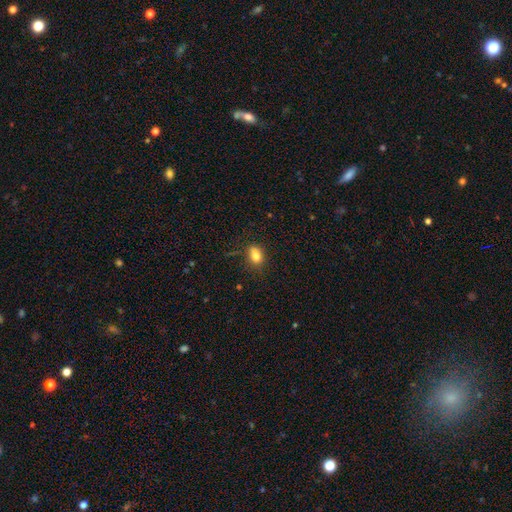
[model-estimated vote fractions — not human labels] The model was most divided on "merging": none: 61%, minor disturbance: 24%, merger: 8%, major disturbance: 7%. More confident: smooth or featured — smooth (80%); how rounded — in between (71%).